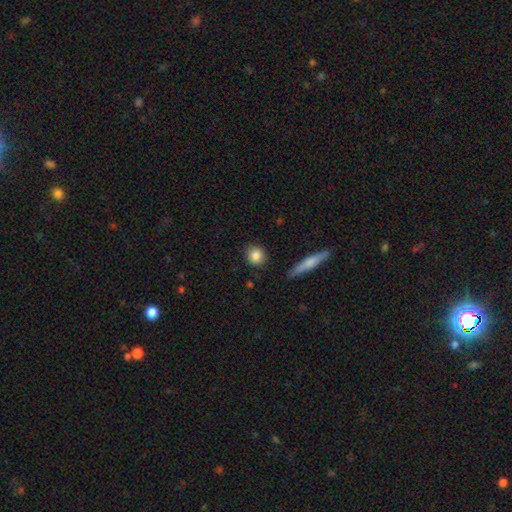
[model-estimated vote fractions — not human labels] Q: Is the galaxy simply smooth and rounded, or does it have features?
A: smooth — 85%.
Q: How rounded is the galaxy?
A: round — 82%.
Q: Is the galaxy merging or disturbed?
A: none — 87%.